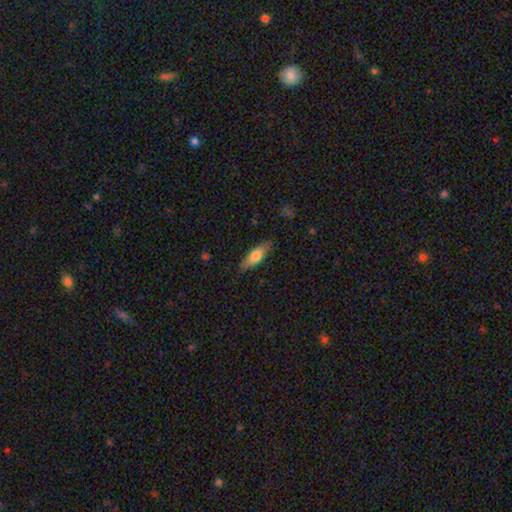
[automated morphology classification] Smooth or featured? smooth (70%)
How rounded? in between (58%)
Merging? none (83%)